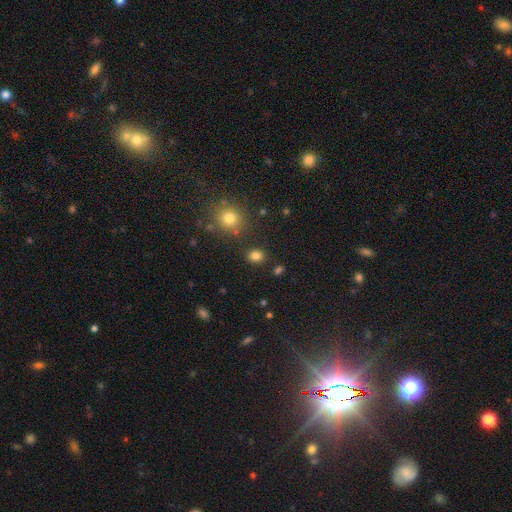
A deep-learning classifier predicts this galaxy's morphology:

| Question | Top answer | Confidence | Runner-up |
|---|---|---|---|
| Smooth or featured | smooth | 81% | star or artifact (14%) |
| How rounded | round | 58% | in between (41%) |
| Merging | none | 85% | minor disturbance (9%) |